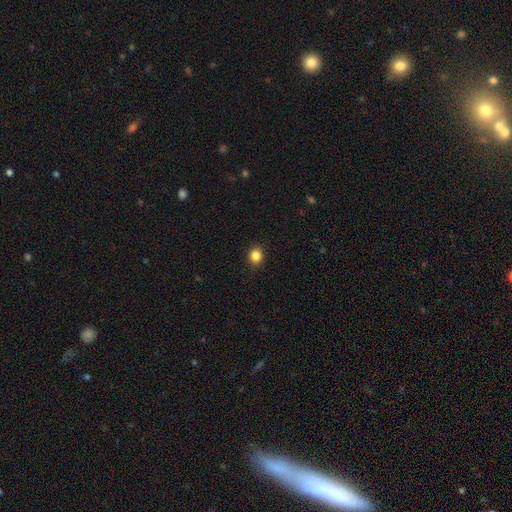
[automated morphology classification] A smooth galaxy with no disk features (85%) that is round (78%). Merging: none (91%).